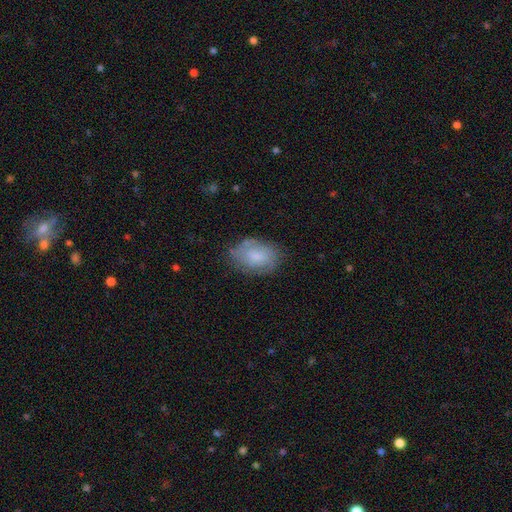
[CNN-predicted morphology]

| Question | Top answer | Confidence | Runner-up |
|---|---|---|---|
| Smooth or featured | smooth | 65% | featured or disk (28%) |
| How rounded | in between | 86% | round (13%) |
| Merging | none | 69% | minor disturbance (22%) |